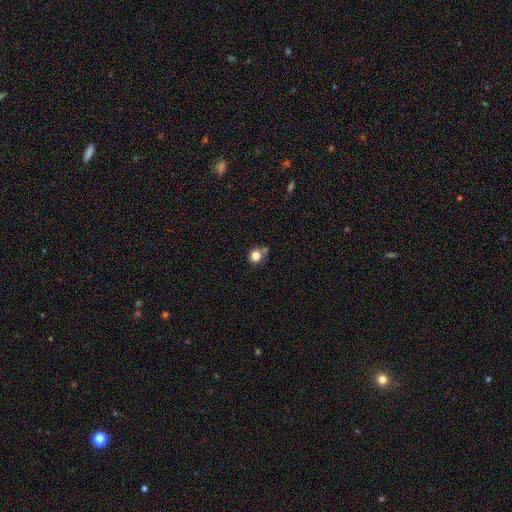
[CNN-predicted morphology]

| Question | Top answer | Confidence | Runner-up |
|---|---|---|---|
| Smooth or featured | smooth | 83% | star or artifact (11%) |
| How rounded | round | 86% | in between (13%) |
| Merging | none | 56% | minor disturbance (21%) |